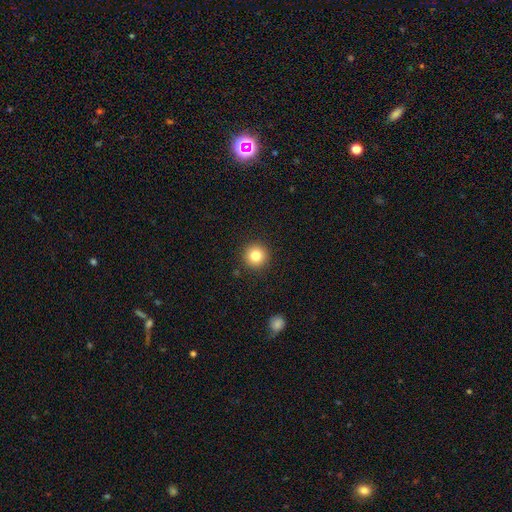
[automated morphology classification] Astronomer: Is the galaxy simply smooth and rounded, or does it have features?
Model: smooth — 81%.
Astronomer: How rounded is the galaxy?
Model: round — 95%.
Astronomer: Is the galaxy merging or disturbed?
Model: none — 91%.